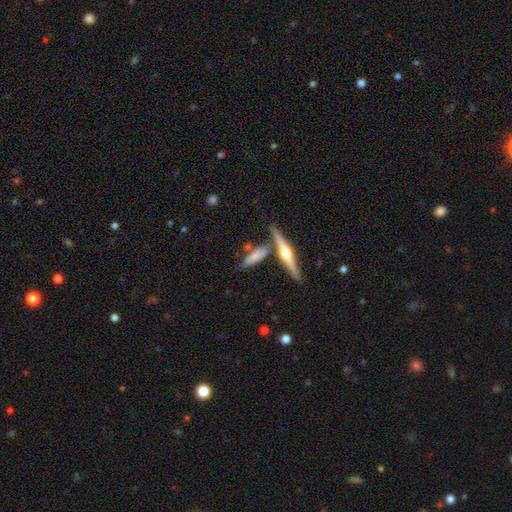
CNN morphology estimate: smooth-or-featured: smooth: 55% | featured or disk: 38% | star or artifact: 7%
  how-rounded: cigar-shaped: 57% | in between: 40% | round: 4%
  merging: none: 62% | merger: 21% | minor disturbance: 14% | major disturbance: 4%